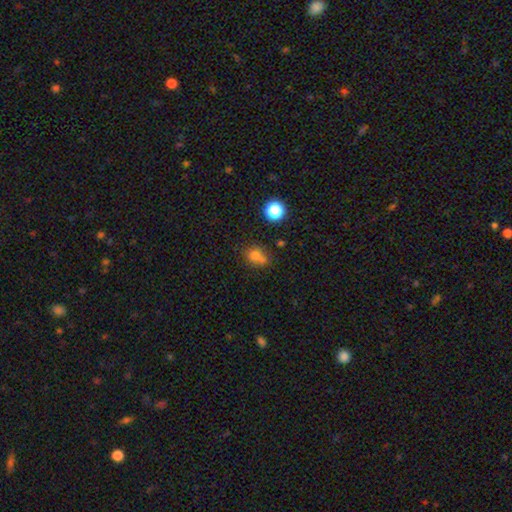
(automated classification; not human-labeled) smooth-or-featured: smooth: 72% | star or artifact: 17% | featured or disk: 11%
  how-rounded: round: 57% | in between: 42% | cigar-shaped: 2%
  merging: none: 52% | merger: 22% | minor disturbance: 19% | major disturbance: 7%